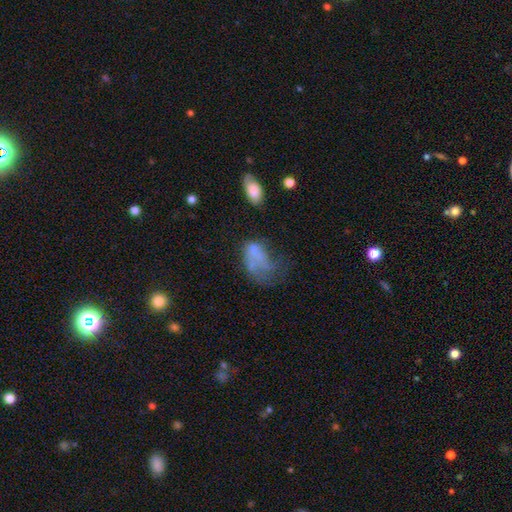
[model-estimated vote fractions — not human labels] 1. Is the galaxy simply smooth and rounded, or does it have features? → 52% smooth, 35% featured or disk, 13% star or artifact.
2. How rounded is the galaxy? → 85% in between, 12% round, 3% cigar-shaped.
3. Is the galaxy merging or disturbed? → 50% major disturbance, 20% none, 18% minor disturbance, 12% merger.